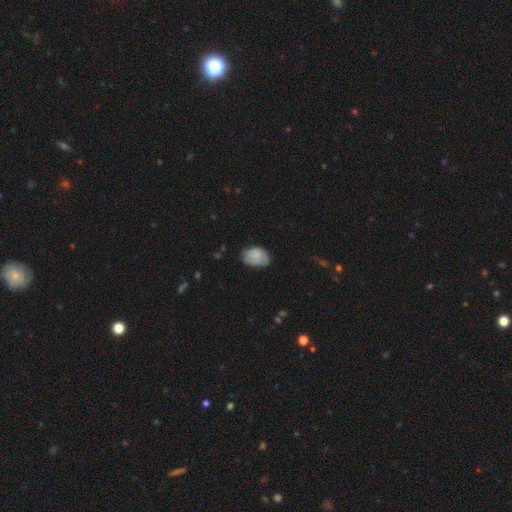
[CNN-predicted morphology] Smooth or featured: smooth — 79% (featured or disk — 14%)
How rounded: in between — 82% (round — 17%)
Merging: none — 62% (minor disturbance — 30%)